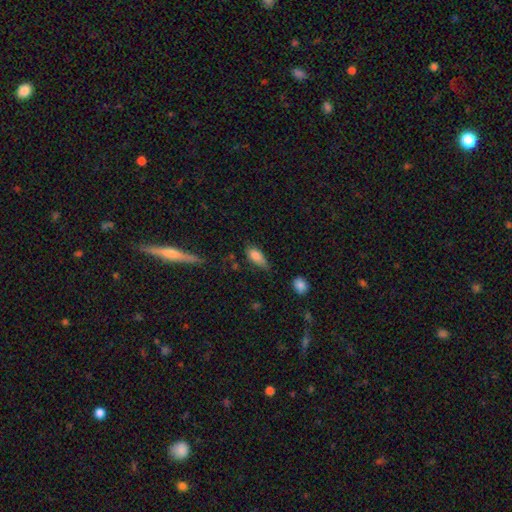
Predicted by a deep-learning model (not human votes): The model was most divided on "merging": none: 54%, minor disturbance: 33%, major disturbance: 9%, merger: 4%. More confident: how rounded — in between (85%); smooth or featured — smooth (83%).